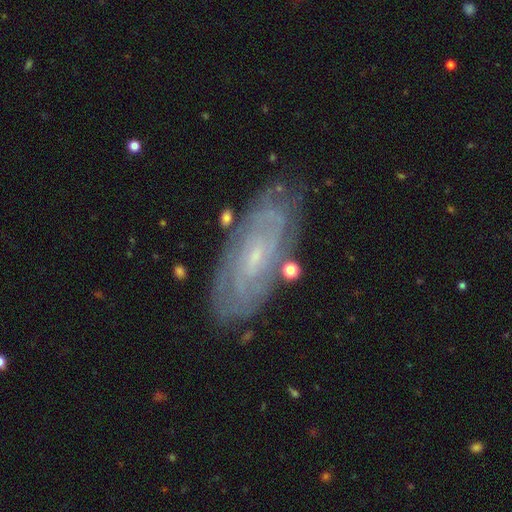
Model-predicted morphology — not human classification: smooth_or_featured: featured or disk (p=0.78) [alt: smooth p=0.14]
disk_edge_on: no (p=0.90) [alt: yes p=0.10]
bar: no (p=0.60) [alt: weak p=0.32]
has_spiral_arms: yes (p=0.90) [alt: no p=0.10]
spiral_winding: tight (p=0.74) [alt: medium p=0.20]
spiral_arm_count: can't tell (p=0.52) [alt: 2 p=0.18]
bulge_size: small (p=0.82) [alt: moderate p=0.12]
merging: none (p=0.80) [alt: minor disturbance p=0.14]